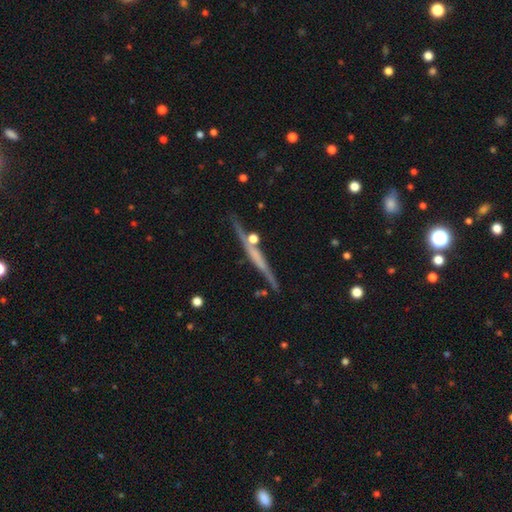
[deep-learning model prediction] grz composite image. It shows a featured or disk galaxy (66%) viewed edge-on (96%) with no central bulge (61%). Merging: none (80%).